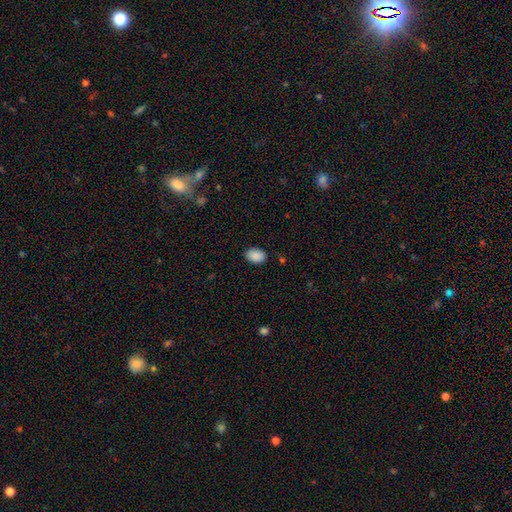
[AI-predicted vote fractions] Smooth or featured? smooth (90%)
How rounded? in between (86%)
Merging? none (86%)